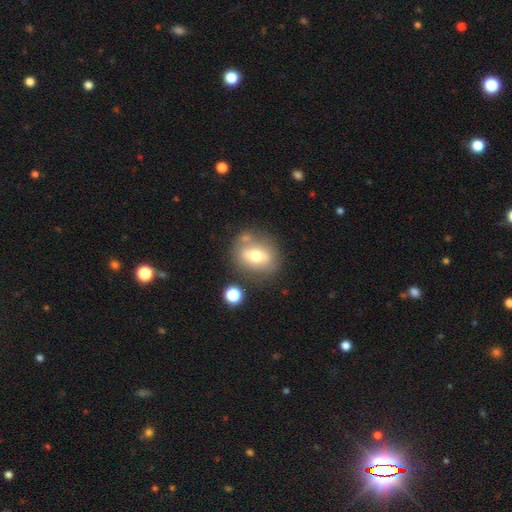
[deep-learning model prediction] smooth_or_featured: smooth (p=0.56) [alt: featured or disk p=0.34]
how_rounded: round (p=0.58) [alt: in between p=0.40]
merging: none (p=0.69) [alt: minor disturbance p=0.15]